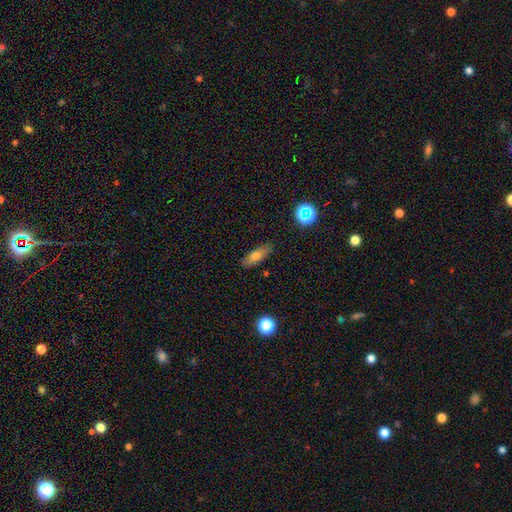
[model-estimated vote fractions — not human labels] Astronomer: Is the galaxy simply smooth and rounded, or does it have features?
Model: smooth — 68%.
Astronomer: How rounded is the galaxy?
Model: in between — 57% (runner-up: cigar-shaped, 39%).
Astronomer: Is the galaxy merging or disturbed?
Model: none — 82%.